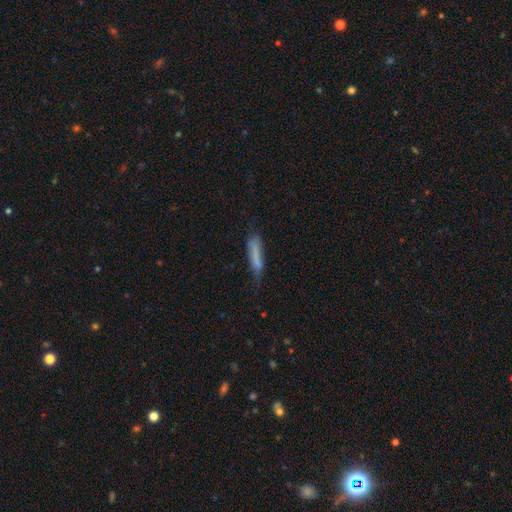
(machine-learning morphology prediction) This is likely a smooth galaxy (71%). How rounded: clearly cigar-shaped (82%). Merging: possibly none (50%).